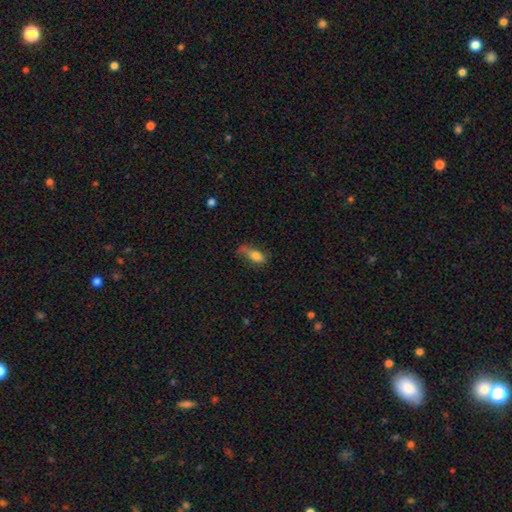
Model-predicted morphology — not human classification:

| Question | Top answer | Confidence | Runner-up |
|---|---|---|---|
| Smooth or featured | smooth | 69% | featured or disk (22%) |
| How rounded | in between | 72% | cigar-shaped (23%) |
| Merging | none | 39% | minor disturbance (33%) |